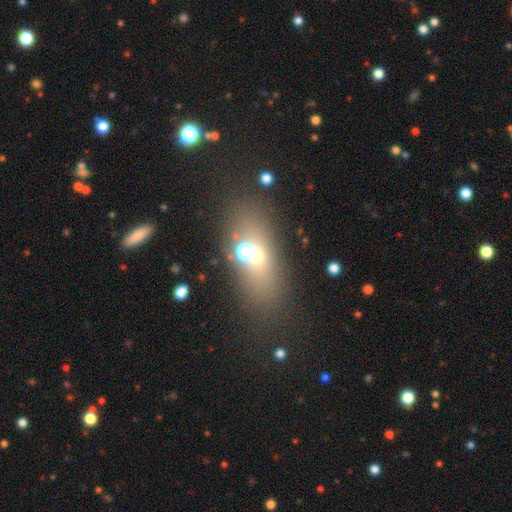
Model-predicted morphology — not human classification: This appears to be a smooth galaxy with no disk features (51%) that is in between round and cigar-shaped (69%). Merging: none (54%).